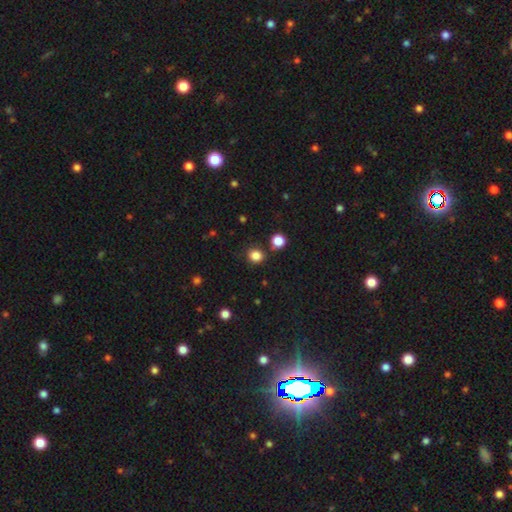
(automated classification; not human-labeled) Q: Smooth or featured?
A: smooth (83%); runner-up: star or artifact (13%)
Q: How rounded?
A: round (82%); runner-up: in between (17%)
Q: Merging?
A: none (82%); runner-up: minor disturbance (9%)